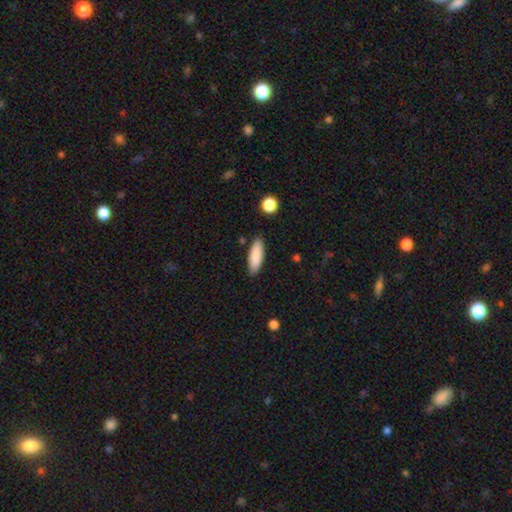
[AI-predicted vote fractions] Overall: smooth (87%). How rounded: in between (57%; cigar-shaped 41%). Merging: none (85%).